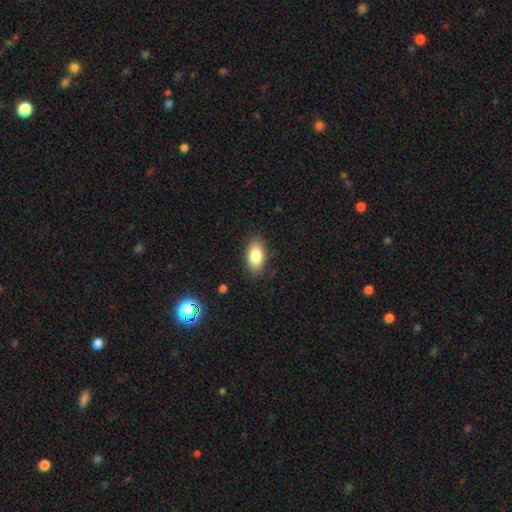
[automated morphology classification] This is clearly a smooth galaxy (83%). How rounded: clearly in between (92%). Merging: clearly none (86%).